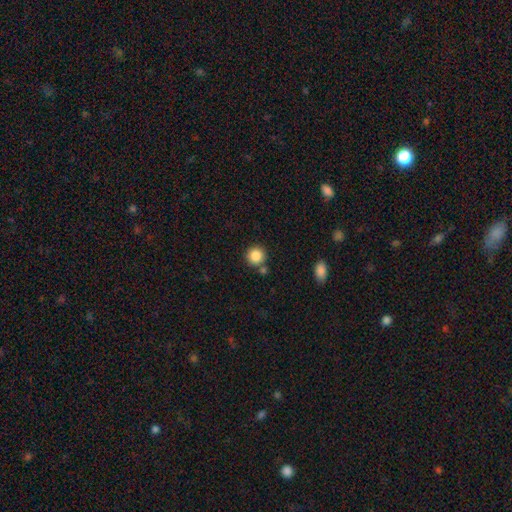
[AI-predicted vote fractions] Smooth or featured?
  - smooth: 86% *
  - star or artifact: 9%
  - featured or disk: 5%
How rounded?
  - round: 93% *
  - in between: 6%
  - cigar-shaped: 1%
Merging?
  - none: 78% *
  - merger: 11%
  - minor disturbance: 8%
  - major disturbance: 3%